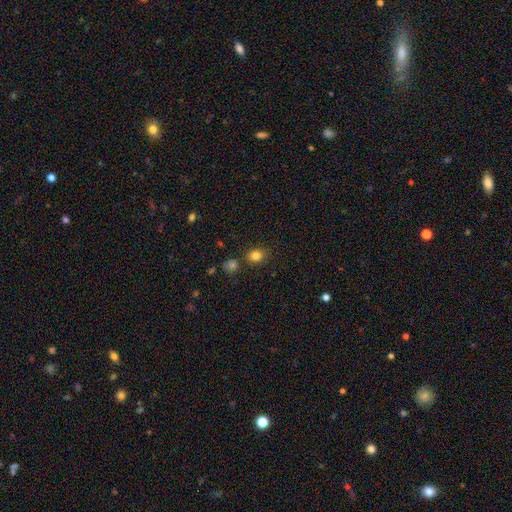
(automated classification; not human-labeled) A smooth galaxy with no disk features (82%) that is round (59%).

Vote fractions:
- Smooth or featured? smooth: 82% / star or artifact: 12% / featured or disk: 6%
- How rounded? round: 59% / in between: 40% / cigar-shaped: 1%
- Merging? none: 81% / minor disturbance: 11% / merger: 6% / major disturbance: 3%